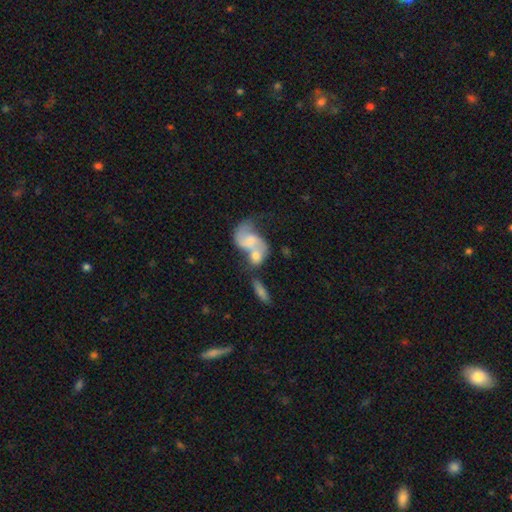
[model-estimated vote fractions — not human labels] smooth_or_featured: featured or disk (p=0.56) [alt: smooth p=0.36]
disk_edge_on: no (p=0.96) [alt: yes p=0.04]
bar: no (p=0.63) [alt: weak p=0.30]
has_spiral_arms: yes (p=0.76) [alt: no p=0.24]
bulge_size: small (p=0.36) [alt: moderate p=0.32]
merging: merger (p=0.64) [alt: none p=0.17]